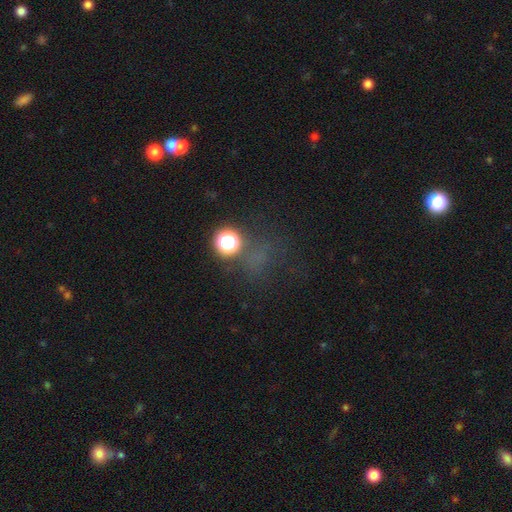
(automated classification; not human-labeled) Smooth or featured? Predicted: star or artifact (p=0.46).